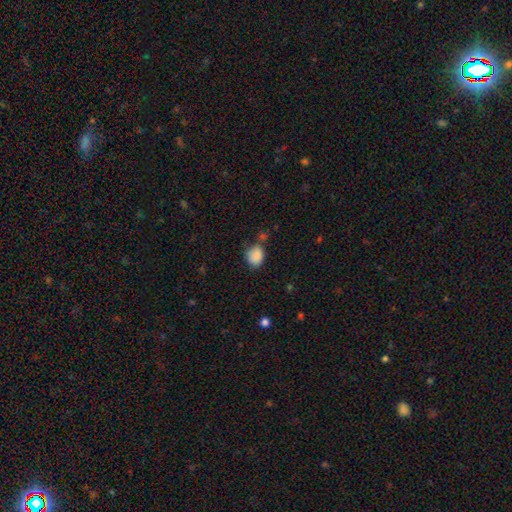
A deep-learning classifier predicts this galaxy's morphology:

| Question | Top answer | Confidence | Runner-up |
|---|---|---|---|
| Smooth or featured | smooth | 87% | star or artifact (9%) |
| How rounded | in between | 50% | round (49%) |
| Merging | none | 61% | minor disturbance (23%) |